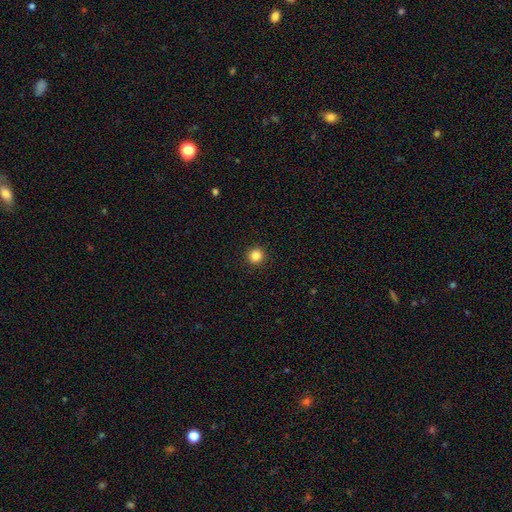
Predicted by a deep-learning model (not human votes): A smooth galaxy with no disk features (84%) that is round (95%).

Vote fractions:
- Smooth or featured? smooth: 84% / star or artifact: 12% / featured or disk: 4%
- How rounded? round: 95% / in between: 4% / cigar-shaped: 1%
- Merging? none: 93% / minor disturbance: 4% / major disturbance: 2% / merger: 1%